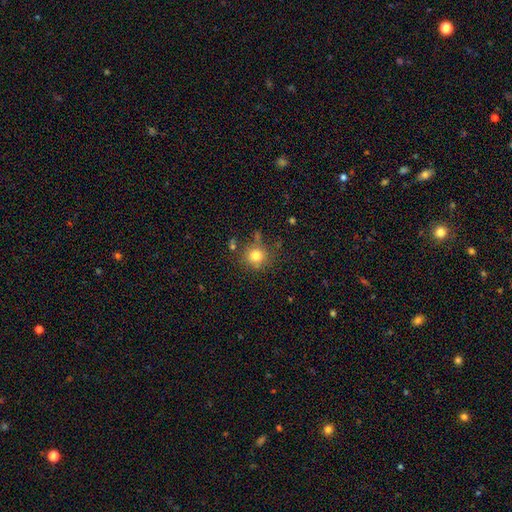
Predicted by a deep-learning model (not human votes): Morphology: type=smooth (78%); roundness=round (90%); merging=none (76%).